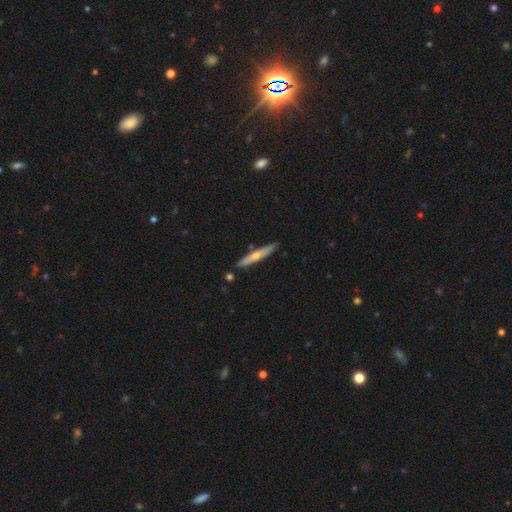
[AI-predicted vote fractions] A smooth galaxy with no disk features (51%) that is cigar-shaped (93%). Merging: none (84%).